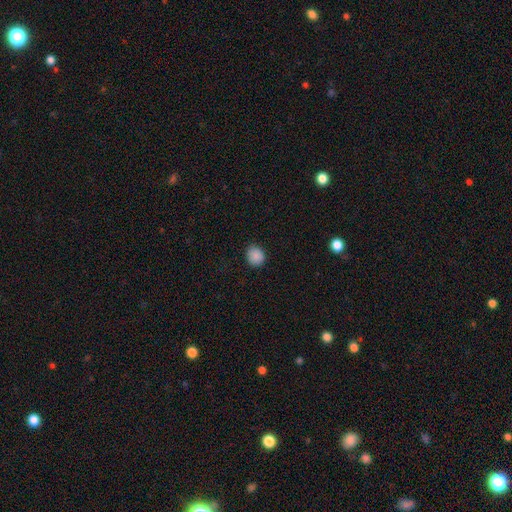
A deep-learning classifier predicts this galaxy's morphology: The model was most divided on "how rounded": round: 78%, in between: 21%, cigar-shaped: 1%. More confident: smooth or featured — smooth (88%); merging — none (87%).